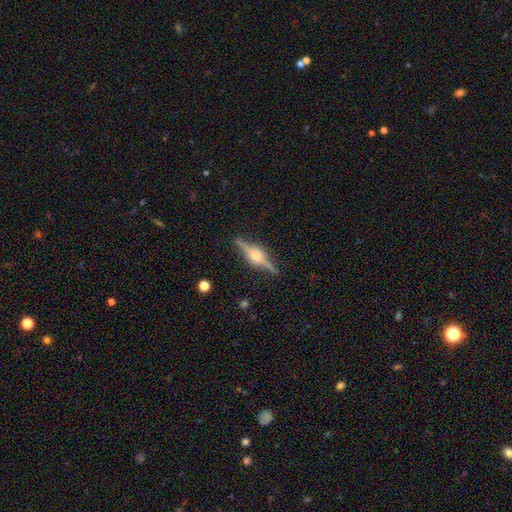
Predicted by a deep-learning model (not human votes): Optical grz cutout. It shows a featured or disk galaxy (84%) viewed edge-on (97%) with a rounded central bulge (90%). Merging: none (88%).